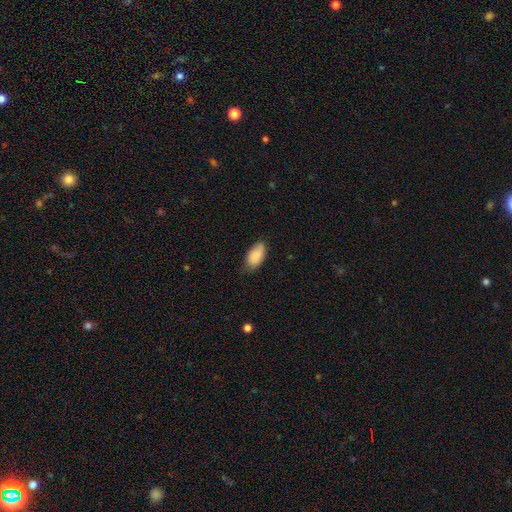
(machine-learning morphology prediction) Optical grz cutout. It shows a smooth galaxy with no disk features (88%) that is in between round and cigar-shaped (93%). Merging: none (68%).